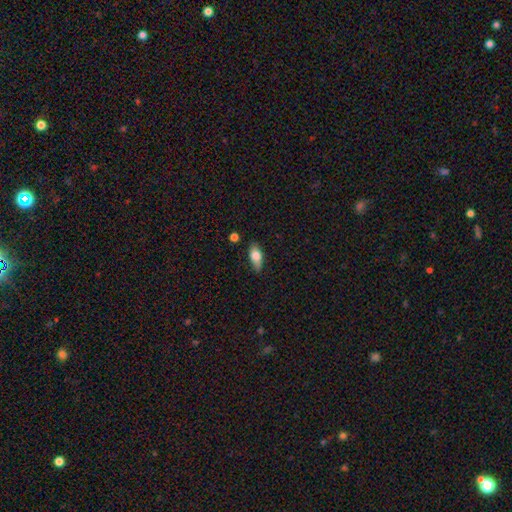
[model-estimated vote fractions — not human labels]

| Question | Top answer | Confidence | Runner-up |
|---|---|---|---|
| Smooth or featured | smooth | 72% | featured or disk (21%) |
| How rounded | in between | 78% | cigar-shaped (17%) |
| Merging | none | 75% | minor disturbance (19%) |